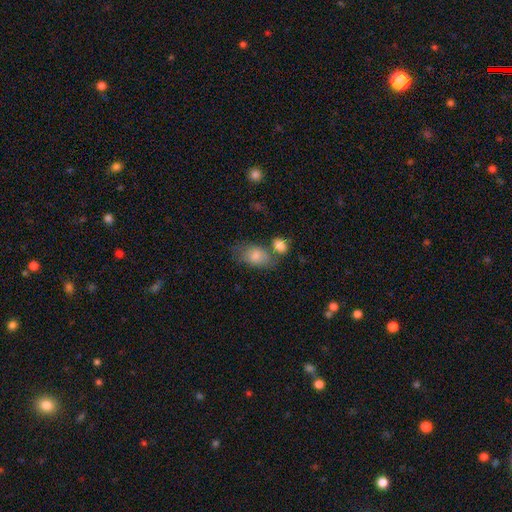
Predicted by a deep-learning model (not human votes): A smooth galaxy with no disk features (79%) that is in between round and cigar-shaped (86%).

Vote fractions:
- Smooth or featured? smooth: 79% / featured or disk: 13% / star or artifact: 7%
- How rounded? in between: 86% / round: 12% / cigar-shaped: 2%
- Merging? none: 45% / merger: 27% / minor disturbance: 19% / major disturbance: 9%